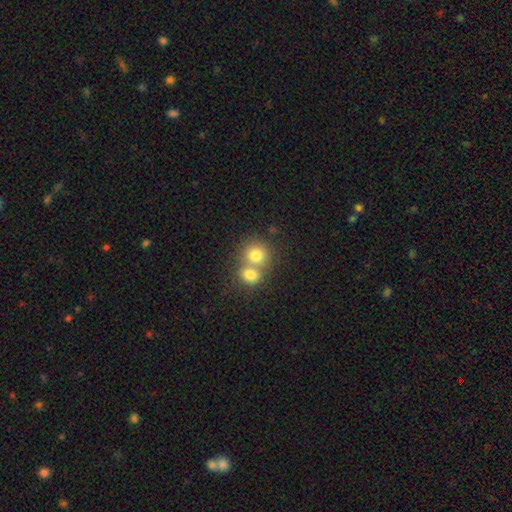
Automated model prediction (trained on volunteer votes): Overall: smooth (77%). How rounded: round (81%). Merging: merger (55%; none 36%).